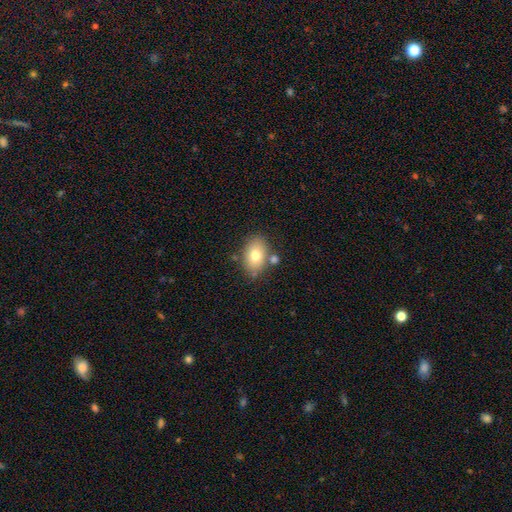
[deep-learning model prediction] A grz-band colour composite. It shows a smooth galaxy with no disk features (74%) that is in between round and cigar-shaped (81%). Merging: none (70%).